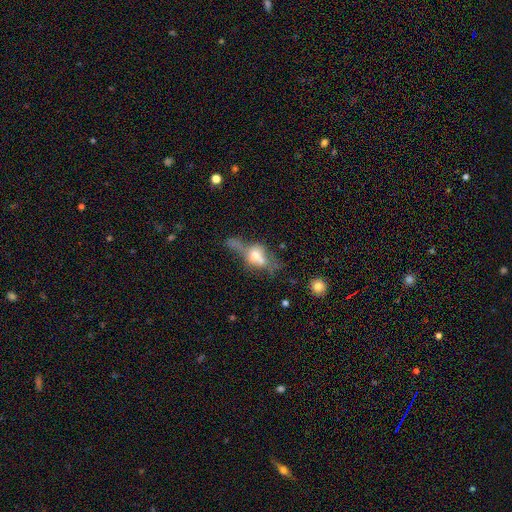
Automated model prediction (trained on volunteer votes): featured or disk 47%, smooth 42%, star or artifact 12%. Down the decision tree: merging — none (33%).